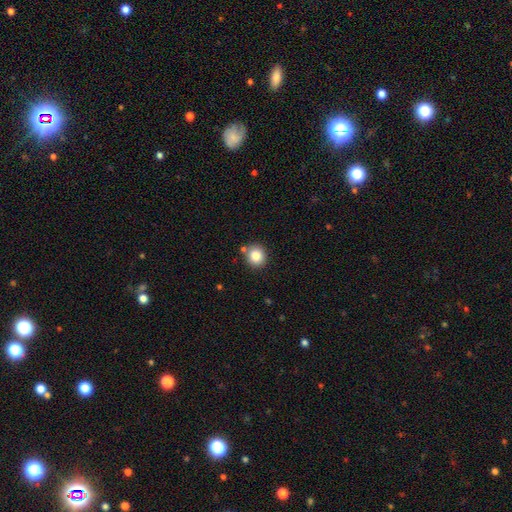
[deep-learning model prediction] Smooth or featured?
  - smooth: 83% *
  - star or artifact: 10%
  - featured or disk: 7%
How rounded?
  - round: 87% *
  - in between: 12%
  - cigar-shaped: 1%
Merging?
  - none: 81% *
  - minor disturbance: 9%
  - merger: 7%
  - major disturbance: 3%